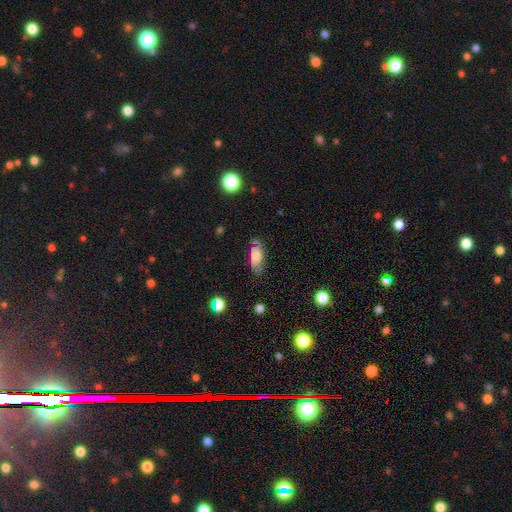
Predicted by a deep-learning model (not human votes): A smooth galaxy with no disk features (58%) that is in between round and cigar-shaped (84%). Merging: none (71%).